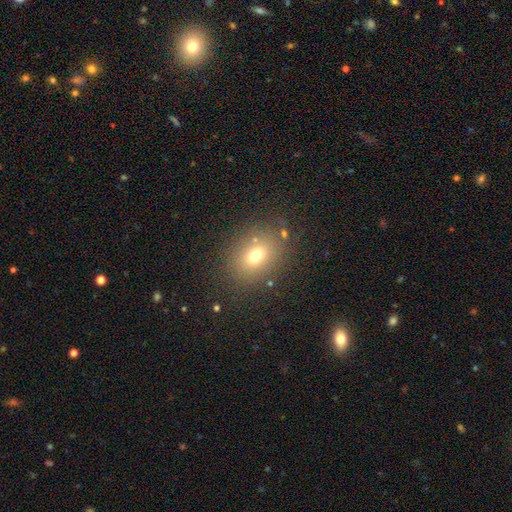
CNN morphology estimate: This is likely a smooth galaxy (70%). How rounded: possibly in between (57%). Merging: likely none (80%).